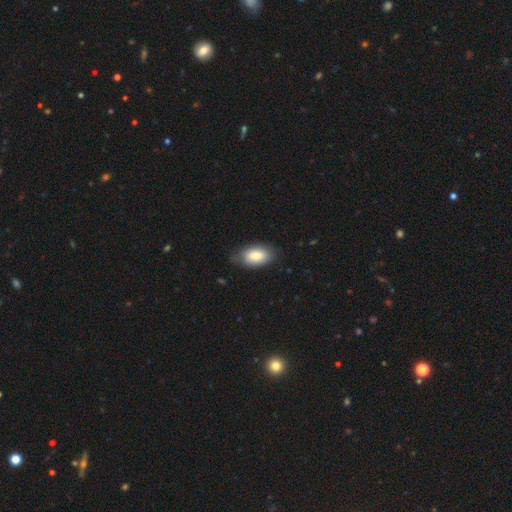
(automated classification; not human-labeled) smooth-or-featured: smooth: 81% | featured or disk: 12% | star or artifact: 7%
  how-rounded: in between: 93% | round: 5% | cigar-shaped: 2%
  merging: none: 72% | minor disturbance: 22% | major disturbance: 5% | merger: 1%